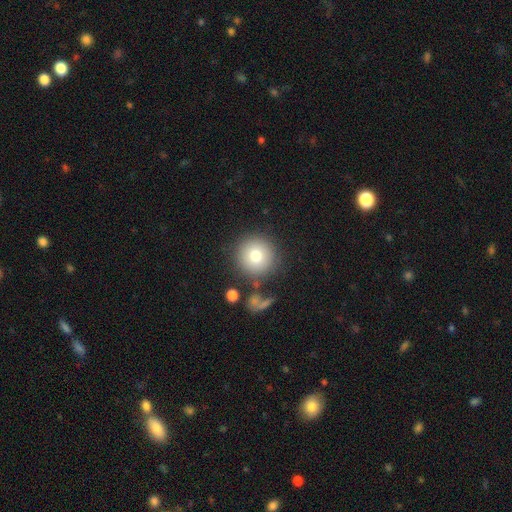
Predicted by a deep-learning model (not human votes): A smooth galaxy with no disk features (76%) that is round (95%).

Vote fractions:
- Smooth or featured? smooth: 76% / featured or disk: 13% / star or artifact: 11%
- How rounded? round: 95% / in between: 4% / cigar-shaped: 1%
- Merging? none: 82% / minor disturbance: 9% / merger: 5% / major disturbance: 4%